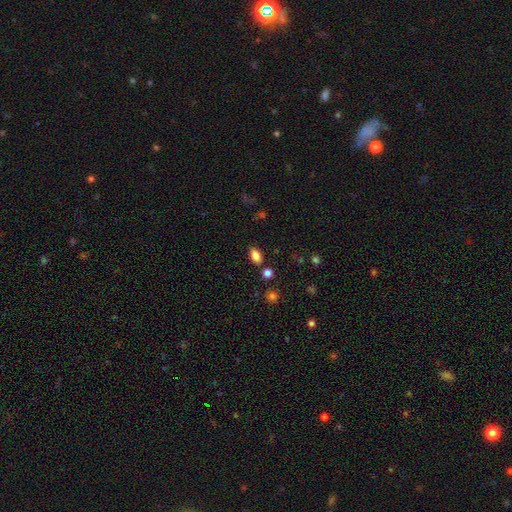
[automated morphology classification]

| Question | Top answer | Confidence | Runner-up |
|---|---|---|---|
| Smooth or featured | smooth | 83% | star or artifact (10%) |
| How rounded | in between | 88% | round (9%) |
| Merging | none | 81% | minor disturbance (11%) |